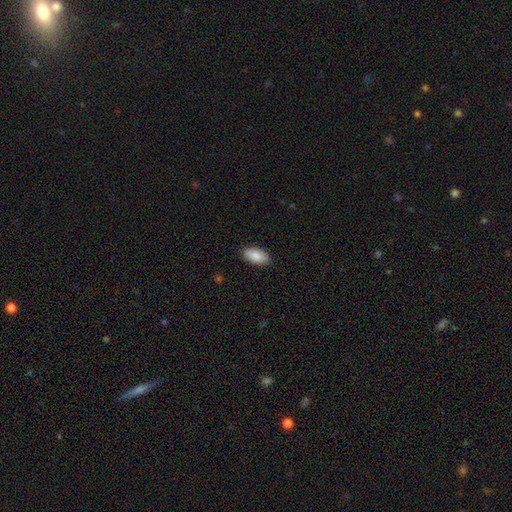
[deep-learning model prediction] This is clearly a smooth galaxy (88%). How rounded: clearly in between (94%). Merging: clearly none (89%).